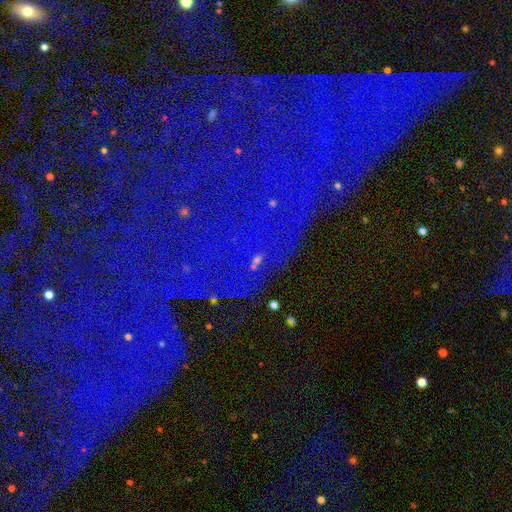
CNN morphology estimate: Smooth or featured: star or artifact — 82% (featured or disk — 9%)